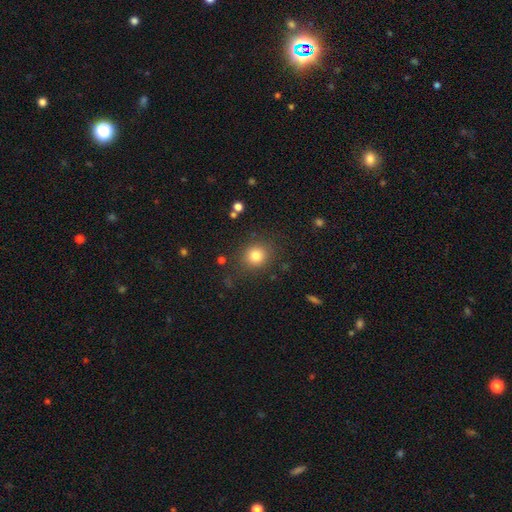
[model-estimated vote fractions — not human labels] Morphology: type=smooth (81%); roundness=round (83%); merging=none (85%).